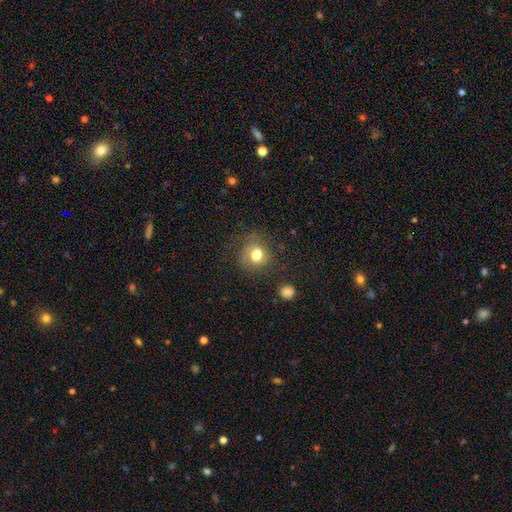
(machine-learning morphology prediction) Smooth or featured? Predicted: smooth (p=0.76). How rounded? Predicted: round (p=0.72). Merging? Predicted: none (p=0.68).